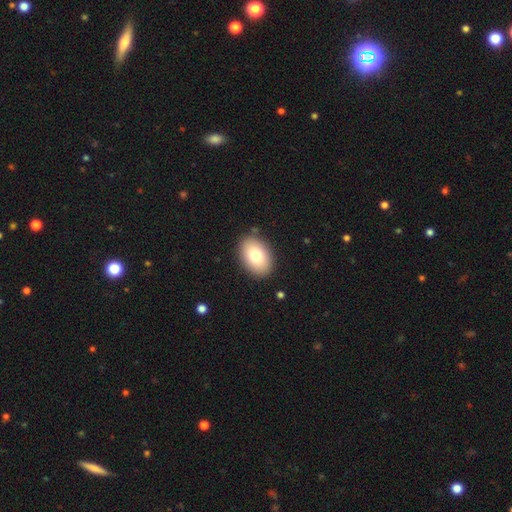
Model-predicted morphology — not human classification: Overall: smooth (79%). How rounded: in between (85%). Merging: none (88%).